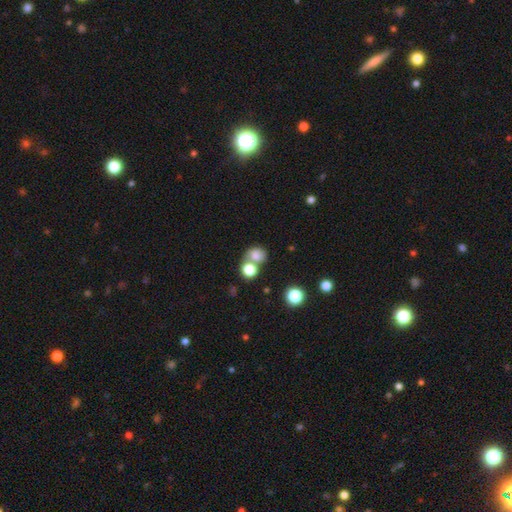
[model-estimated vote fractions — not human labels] Smooth or featured: smooth — 78% (star or artifact — 12%)
How rounded: round — 69% (in between — 30%)
Merging: merger — 45% (none — 40%)